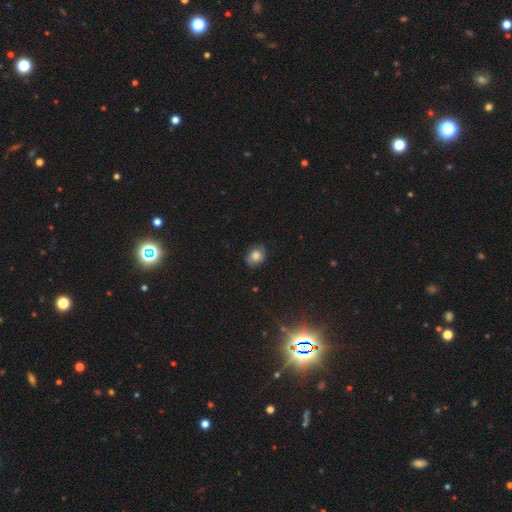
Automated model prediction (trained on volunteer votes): Overall: smooth (73%). How rounded: round (52%; in between 47%). Merging: none (77%).